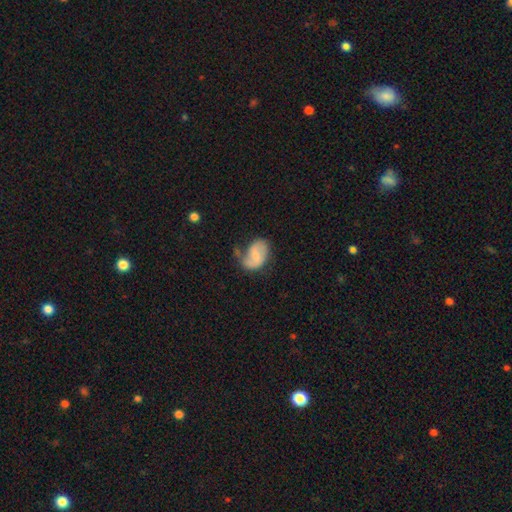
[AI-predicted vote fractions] A featured or disk galaxy (56%) with a weak bar (47%), spiral arms (81%) and a small central bulge (48%). Merging: none (39%).